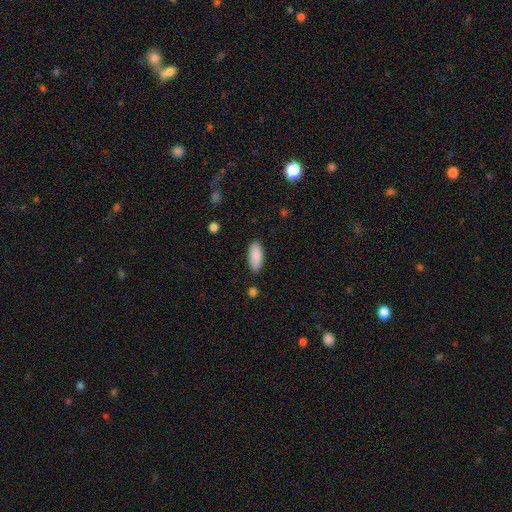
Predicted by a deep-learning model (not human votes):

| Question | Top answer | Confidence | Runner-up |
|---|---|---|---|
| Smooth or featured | smooth | 89% | star or artifact (6%) |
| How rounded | in between | 85% | cigar-shaped (13%) |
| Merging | none | 86% | minor disturbance (10%) |